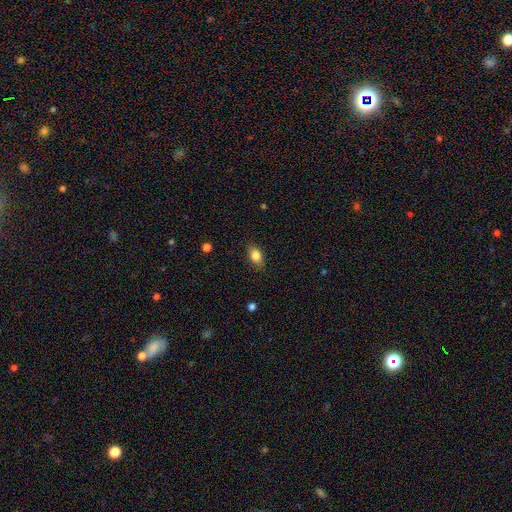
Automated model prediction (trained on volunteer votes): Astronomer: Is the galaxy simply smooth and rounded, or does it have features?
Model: smooth — 83%.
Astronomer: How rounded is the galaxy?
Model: in between — 83%.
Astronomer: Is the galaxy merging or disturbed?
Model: none — 84%.